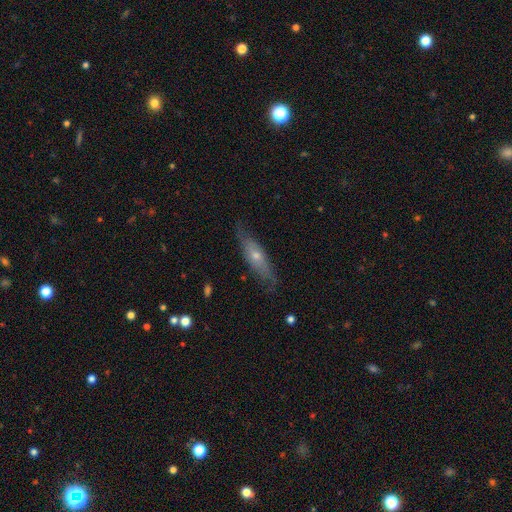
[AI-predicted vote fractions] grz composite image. It shows a featured or disk galaxy (56%) viewed edge-on (56%). Merging: none (75%).